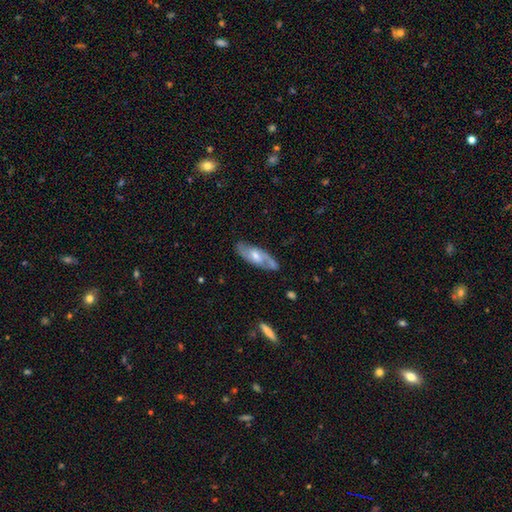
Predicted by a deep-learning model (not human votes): This is likely a featured or disk galaxy (72%). It is clearly not viewed edge-on (84%). Bar: possibly no (46%). Spiral arm pattern: clearly yes (88%). Spiral arm count: likely 2 (80%). Spiral winding: possibly medium (48%). Central bulge: possibly moderate (57%). Merging: likely none (80%).